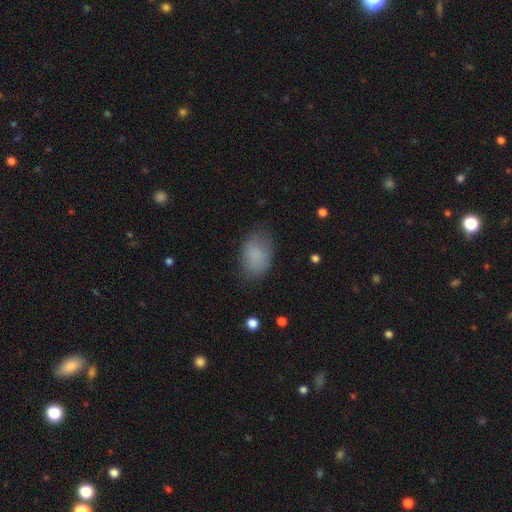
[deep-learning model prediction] A smooth galaxy with no disk features (85%) that is in between round and cigar-shaped (85%). Merging: none (73%).